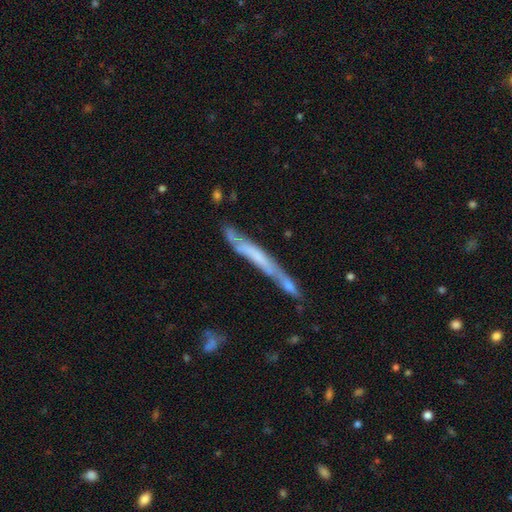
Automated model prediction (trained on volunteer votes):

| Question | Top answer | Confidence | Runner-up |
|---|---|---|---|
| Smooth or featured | featured or disk | 56% | smooth (35%) |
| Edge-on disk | yes | 81% | no (19%) |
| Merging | none | 54% | minor disturbance (22%) |